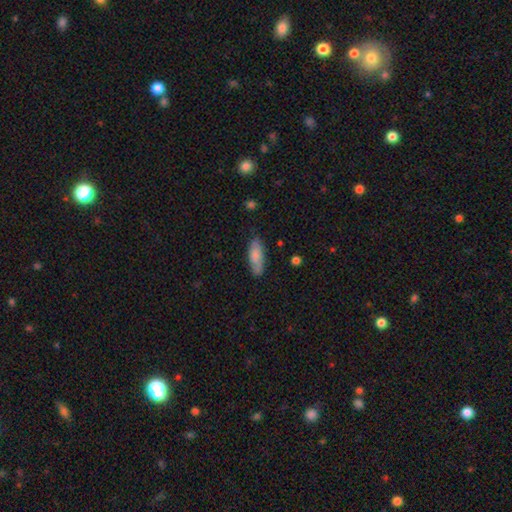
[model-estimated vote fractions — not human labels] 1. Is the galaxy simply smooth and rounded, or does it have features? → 76% smooth, 18% featured or disk, 6% star or artifact.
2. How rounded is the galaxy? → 70% in between, 28% cigar-shaped, 2% round.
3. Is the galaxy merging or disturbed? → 77% none, 18% minor disturbance, 3% major disturbance, 2% merger.